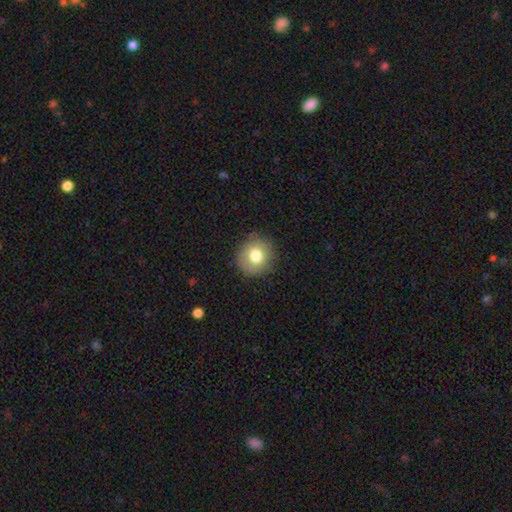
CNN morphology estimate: A smooth galaxy with no disk features (78%) that is round (88%). Merging: none (85%).